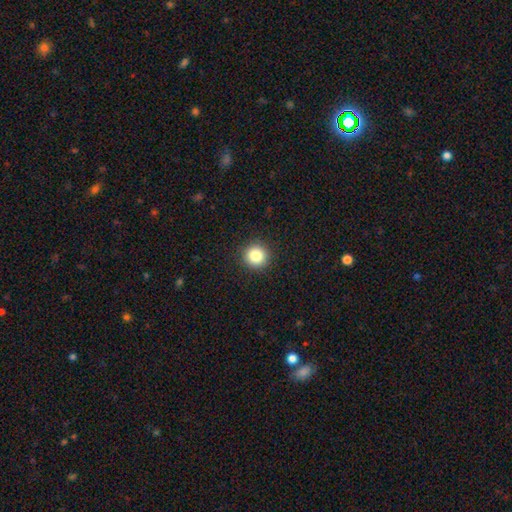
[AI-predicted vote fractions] smooth-or-featured: smooth: 84% | star or artifact: 11% | featured or disk: 5%
  how-rounded: round: 95% | in between: 5% | cigar-shaped: 1%
  merging: none: 92% | minor disturbance: 5% | major disturbance: 2% | merger: 1%